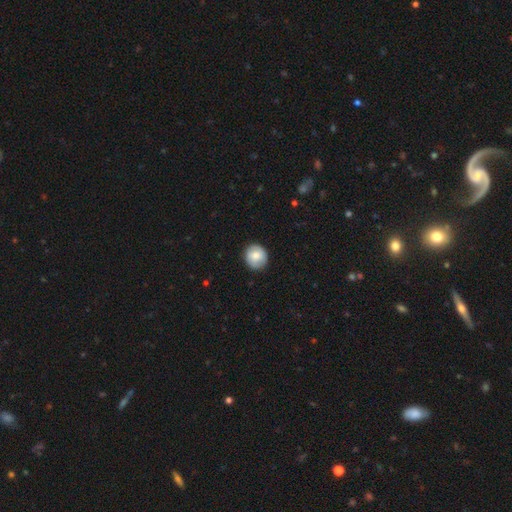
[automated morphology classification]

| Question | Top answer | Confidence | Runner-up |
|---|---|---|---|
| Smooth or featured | smooth | 78% | featured or disk (16%) |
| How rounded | round | 83% | in between (16%) |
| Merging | none | 87% | minor disturbance (10%) |